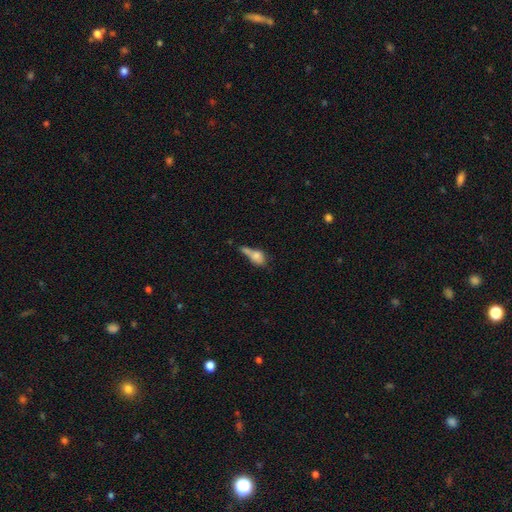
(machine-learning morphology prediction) smooth_or_featured: smooth (p=0.70) [alt: featured or disk p=0.20]
how_rounded: in between (p=0.67) [alt: round p=0.22]
merging: merger (p=0.46) [alt: none p=0.21]